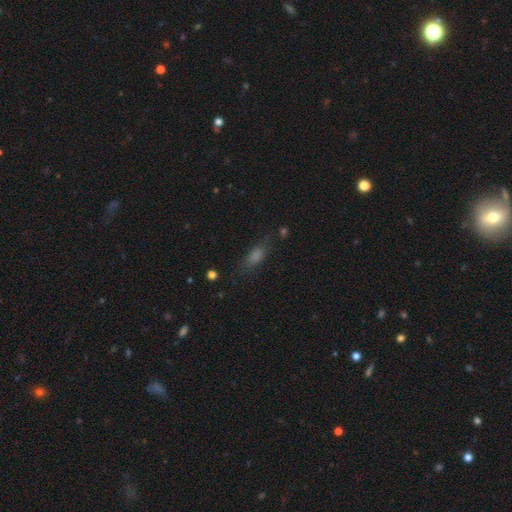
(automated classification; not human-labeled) Q: Smooth or featured?
A: smooth (60%); runner-up: star or artifact (23%)
Q: How rounded?
A: in between (59%); runner-up: cigar-shaped (35%)
Q: Merging?
A: none (74%); runner-up: minor disturbance (16%)